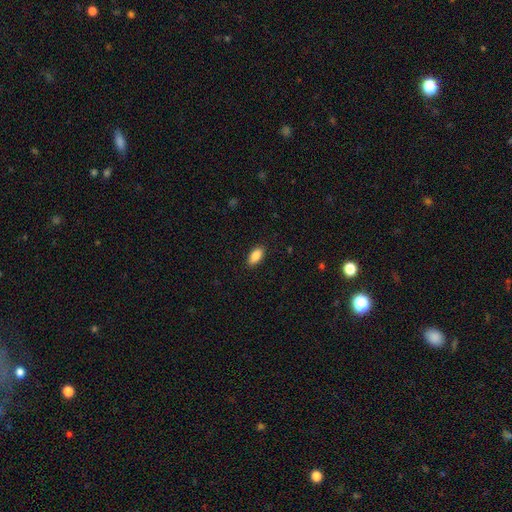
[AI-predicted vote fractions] A smooth galaxy with no disk features (87%) that is in between round and cigar-shaped (91%). Merging: none (89%).